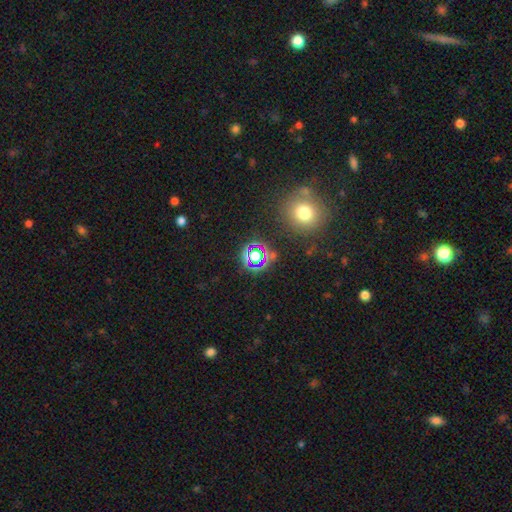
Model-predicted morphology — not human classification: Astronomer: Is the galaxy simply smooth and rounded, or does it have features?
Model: star or artifact — 63%.